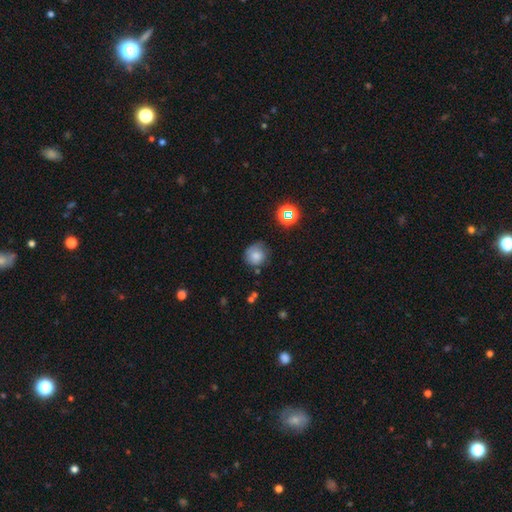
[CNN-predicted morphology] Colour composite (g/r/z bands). It shows a smooth galaxy with no disk features (75%) that is round (87%). Merging: none (63%).